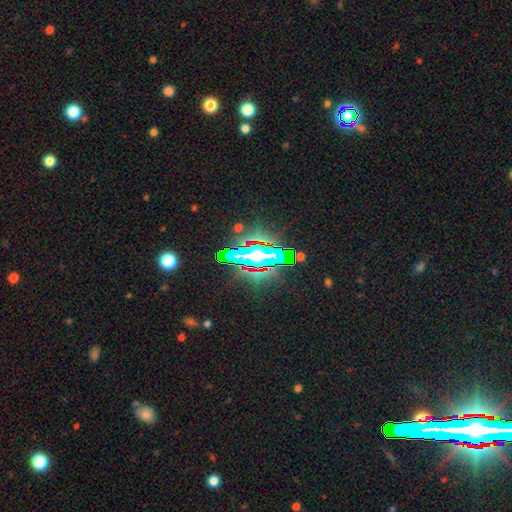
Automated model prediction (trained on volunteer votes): smooth_or_featured: star or artifact (p=0.65) [alt: smooth p=0.20]